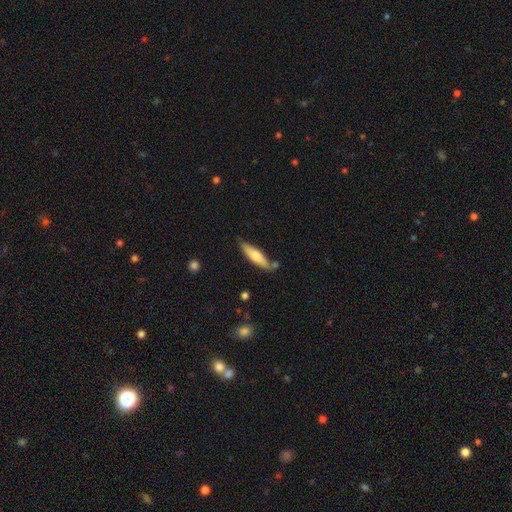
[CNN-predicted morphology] smooth_or_featured: smooth (p=0.60) [alt: featured or disk p=0.34]
how_rounded: cigar-shaped (p=0.69) [alt: in between p=0.30]
merging: none (p=0.75) [alt: minor disturbance p=0.15]